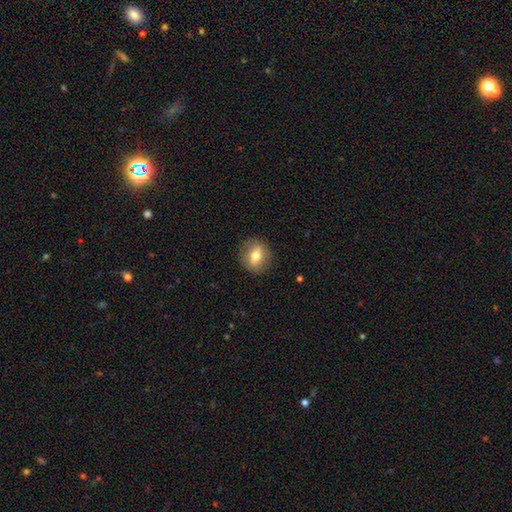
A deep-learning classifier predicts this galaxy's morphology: A smooth galaxy with no disk features (66%) that is round (72%). Merging: none (88%).